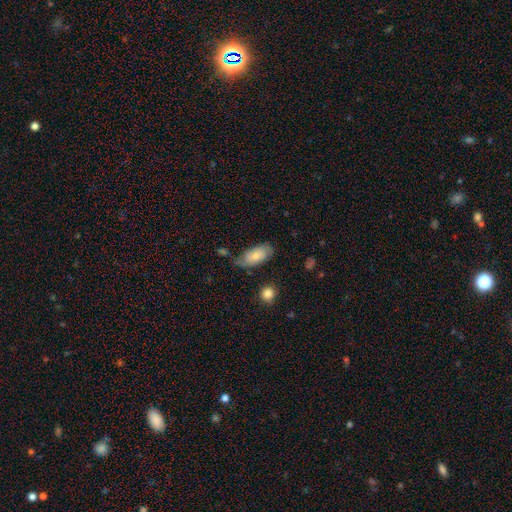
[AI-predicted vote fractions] Morphology: type=smooth (65%); roundness=in between (91%); merging=none (54%).